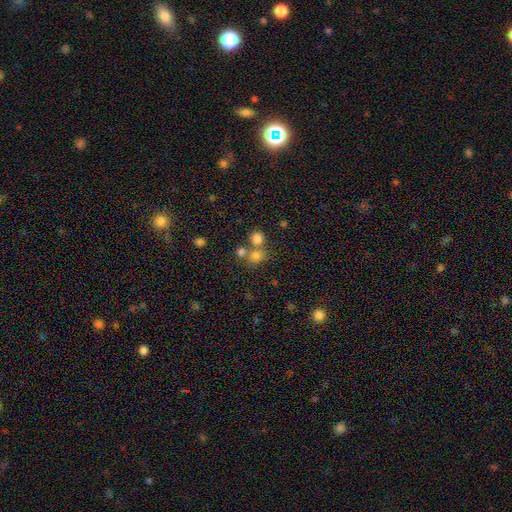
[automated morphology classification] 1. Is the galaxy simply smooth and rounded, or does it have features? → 73% smooth, 18% star or artifact, 10% featured or disk.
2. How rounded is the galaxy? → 79% round, 20% in between, 1% cigar-shaped.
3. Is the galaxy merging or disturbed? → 52% none, 36% merger, 8% minor disturbance, 4% major disturbance.